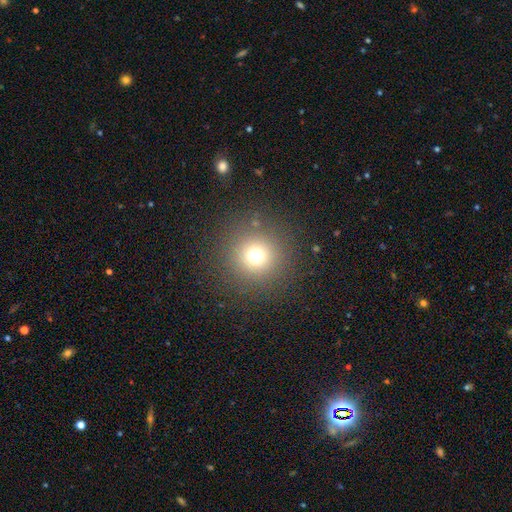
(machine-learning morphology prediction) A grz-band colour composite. It shows a smooth galaxy with no disk features (71%) that is round (96%). Merging: none (88%).